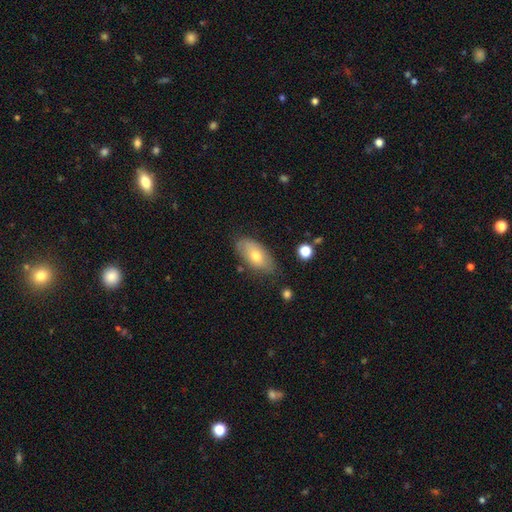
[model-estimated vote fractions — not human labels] smooth 65%, featured or disk 28%, star or artifact 7%. Down the decision tree: how rounded — in between (91%); merging — none (70%).